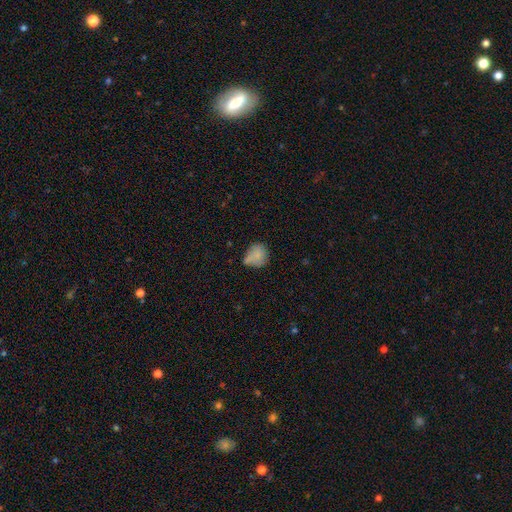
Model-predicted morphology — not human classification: This appears to be a smooth galaxy with no disk features (78%) that is round (68%). Merging: none (50%).